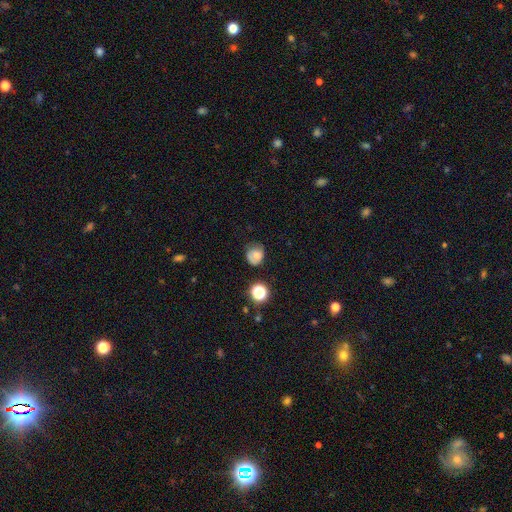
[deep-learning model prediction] Smooth or featured: smooth — 68% (featured or disk — 20%)
How rounded: round — 78% (in between — 21%)
Merging: none — 63% (minor disturbance — 26%)